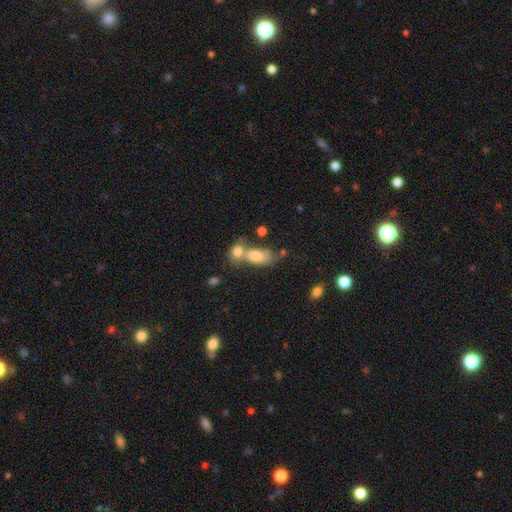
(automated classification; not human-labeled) The model was most divided on "merging": merger: 56%, none: 27%, minor disturbance: 11%, major disturbance: 6%. More confident: how rounded — in between (86%); smooth or featured — smooth (76%).